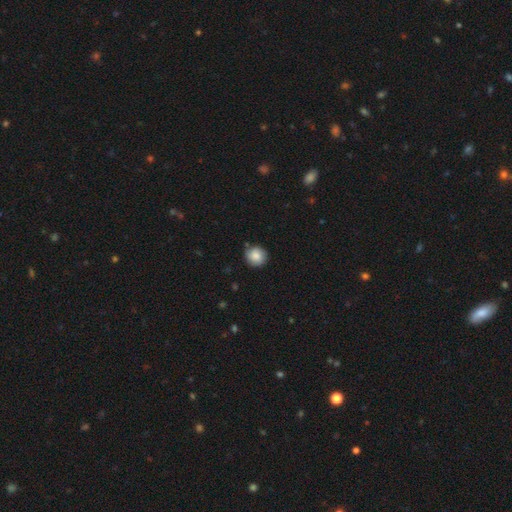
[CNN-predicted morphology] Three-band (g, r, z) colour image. It shows a smooth galaxy with no disk features (84%) that is round (89%). Merging: none (80%).